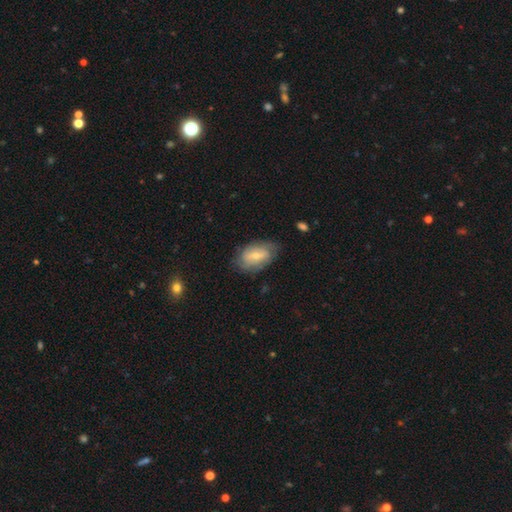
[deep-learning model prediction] Q: Smooth or featured?
A: featured or disk (49%); runner-up: smooth (44%)
Q: Merging?
A: none (71%); runner-up: minor disturbance (21%)